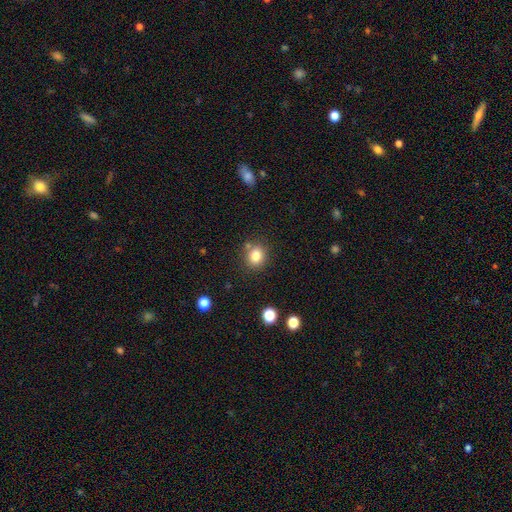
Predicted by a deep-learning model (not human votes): This appears to be a smooth galaxy with no disk features (81%) that is round (77%). Merging: none (78%).